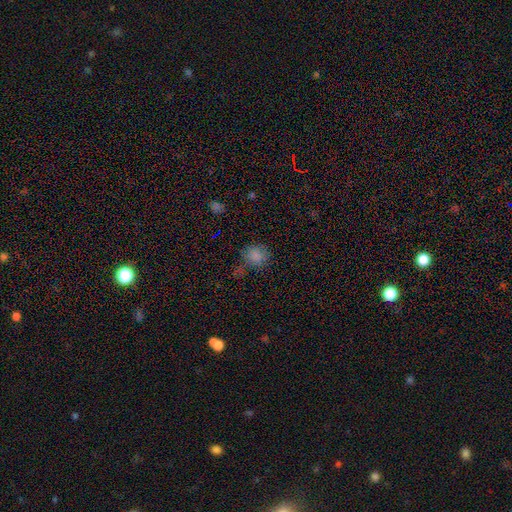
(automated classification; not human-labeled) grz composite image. It shows a smooth galaxy with no disk features (79%) that is round (80%). Merging: none (64%).